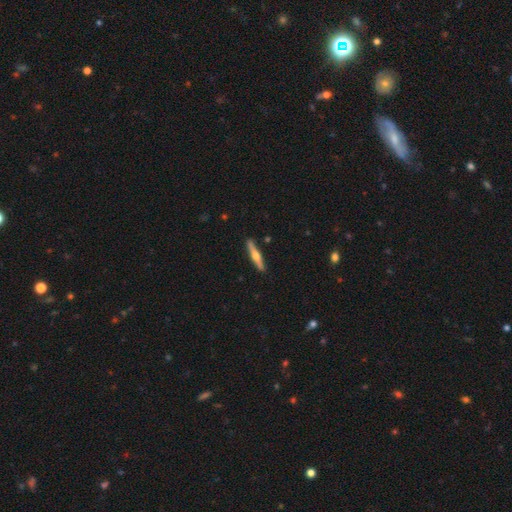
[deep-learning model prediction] Smooth or featured? Predicted: featured or disk (p=0.60). Edge-on disk? Predicted: yes (p=0.97). Edge-on bulge? Predicted: rounded (p=0.92). Merging? Predicted: none (p=0.90).